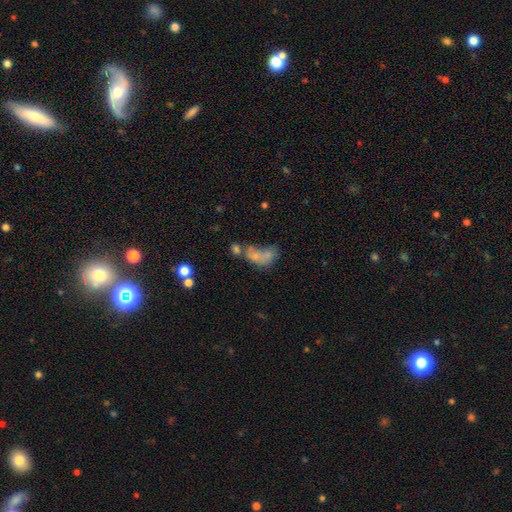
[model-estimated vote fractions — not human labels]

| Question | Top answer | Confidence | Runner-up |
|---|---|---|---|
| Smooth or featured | smooth | 56% | featured or disk (26%) |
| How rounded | in between | 82% | round (11%) |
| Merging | merger | 45% | major disturbance (21%) |